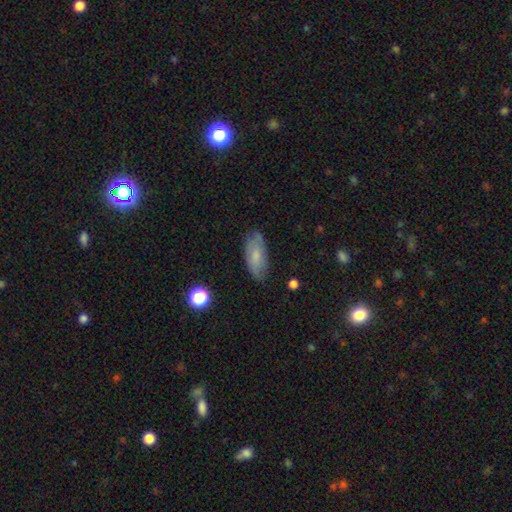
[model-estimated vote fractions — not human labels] Smooth or featured? smooth (67%)
How rounded? in between (86%)
Merging? none (77%)